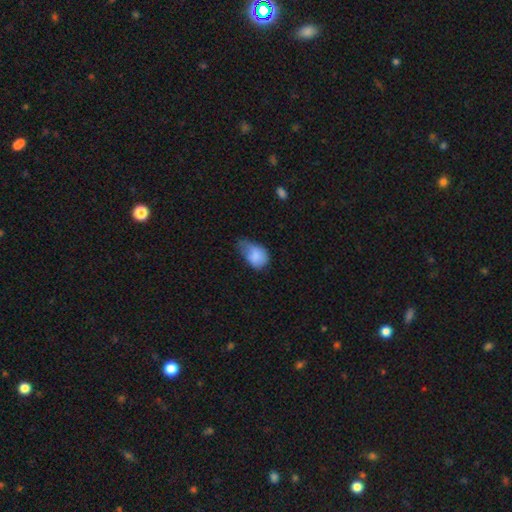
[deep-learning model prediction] Smooth or featured? smooth (80%)
How rounded? in between (79%)
Merging? minor disturbance (49%)